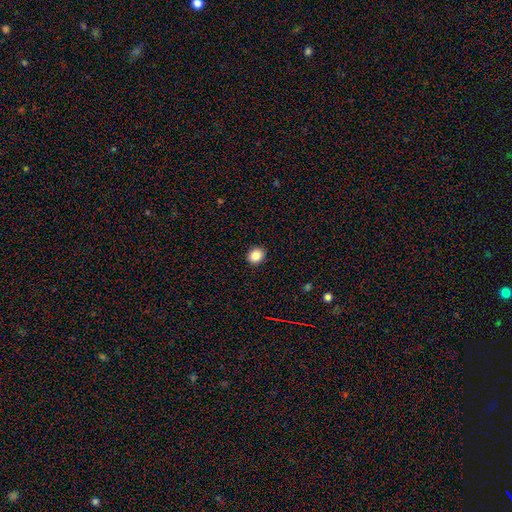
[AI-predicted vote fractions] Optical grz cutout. It shows a smooth galaxy with no disk features (85%) that is round (76%). Merging: none (92%).